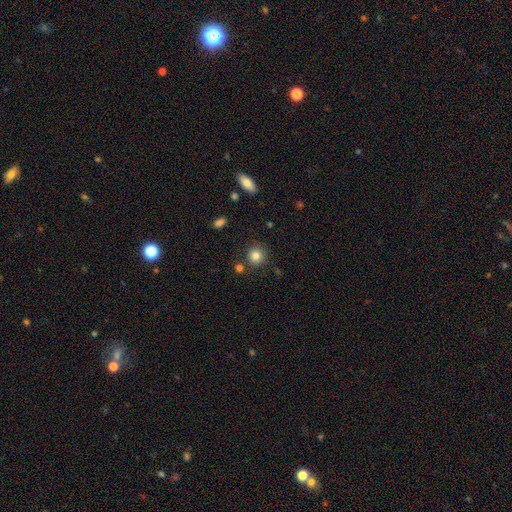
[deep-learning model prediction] Overall: smooth (83%). How rounded: round (89%). Merging: none (83%).